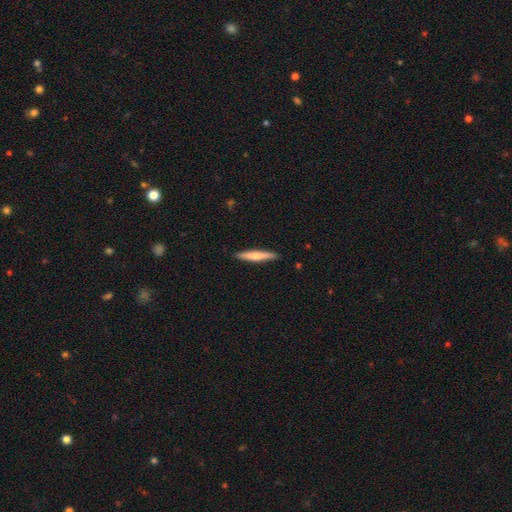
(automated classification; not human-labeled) smooth-or-featured: smooth: 66% | featured or disk: 29% | star or artifact: 5%
  how-rounded: cigar-shaped: 93% | in between: 6% | round: 1%
  merging: none: 90% | minor disturbance: 8% | major disturbance: 1% | merger: 1%